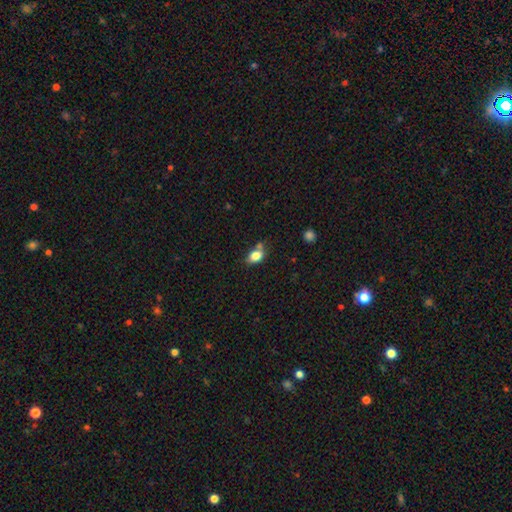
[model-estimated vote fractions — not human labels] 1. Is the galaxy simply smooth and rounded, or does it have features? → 81% smooth, 10% star or artifact, 9% featured or disk.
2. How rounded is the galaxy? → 76% in between, 22% round, 2% cigar-shaped.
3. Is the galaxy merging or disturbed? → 58% none, 19% minor disturbance, 18% merger, 5% major disturbance.